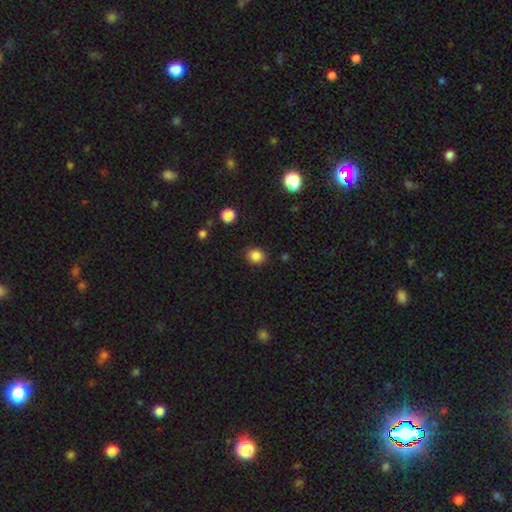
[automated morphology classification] Q: Smooth or featured?
A: smooth (85%); runner-up: star or artifact (11%)
Q: How rounded?
A: round (75%); runner-up: in between (24%)
Q: Merging?
A: none (86%); runner-up: minor disturbance (10%)